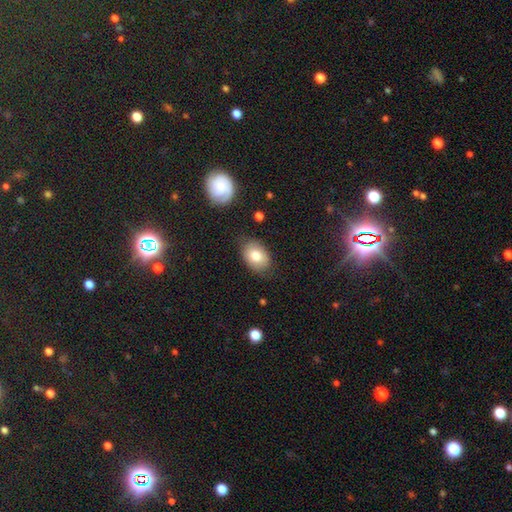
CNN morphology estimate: A smooth galaxy with no disk features (79%) that is in between round and cigar-shaped (79%).

Vote fractions:
- Smooth or featured? smooth: 79% / featured or disk: 13% / star or artifact: 8%
- How rounded? in between: 79% / round: 20% / cigar-shaped: 1%
- Merging? none: 78% / minor disturbance: 17% / major disturbance: 3% / merger: 2%